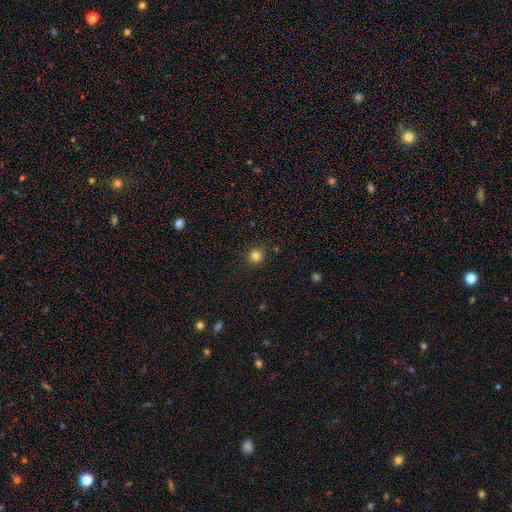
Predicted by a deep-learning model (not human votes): Smooth or featured? Predicted: smooth (p=0.82). How rounded? Predicted: round (p=0.89). Merging? Predicted: none (p=0.90).